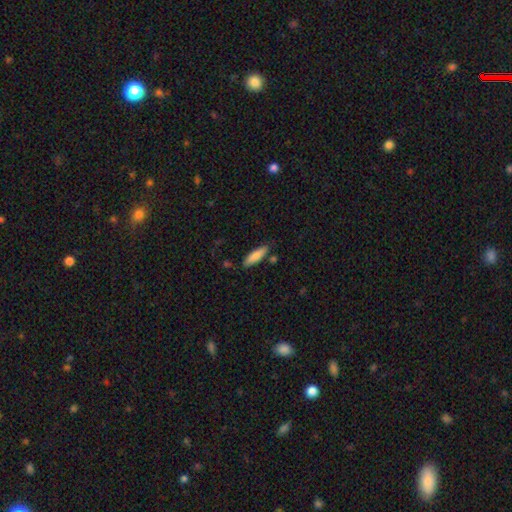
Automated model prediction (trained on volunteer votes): Smooth or featured? smooth (83%)
How rounded? cigar-shaped (56%)
Merging? none (80%)